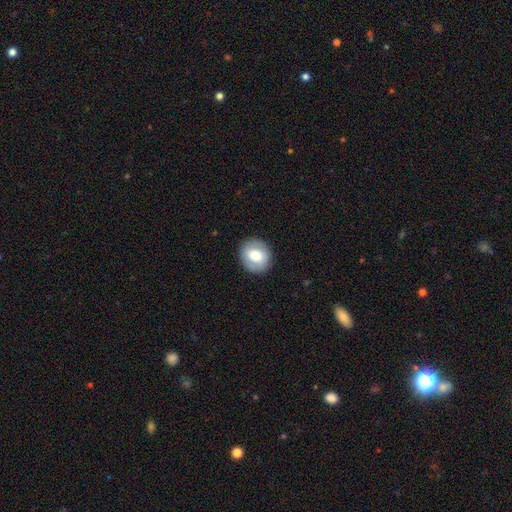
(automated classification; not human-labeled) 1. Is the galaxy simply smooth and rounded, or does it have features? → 67% smooth, 26% featured or disk, 7% star or artifact.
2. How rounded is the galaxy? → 75% round, 25% in between, 1% cigar-shaped.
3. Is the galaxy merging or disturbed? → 88% none, 8% minor disturbance, 3% major disturbance, 1% merger.